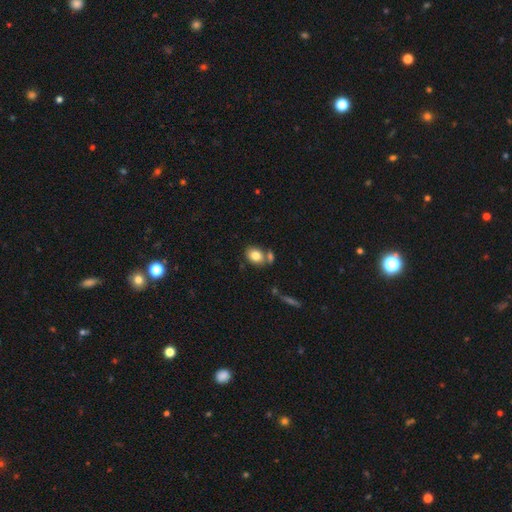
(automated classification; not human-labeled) This appears to be a smooth galaxy with no disk features (81%) that is in between round and cigar-shaped (66%). Merging: none (60%).